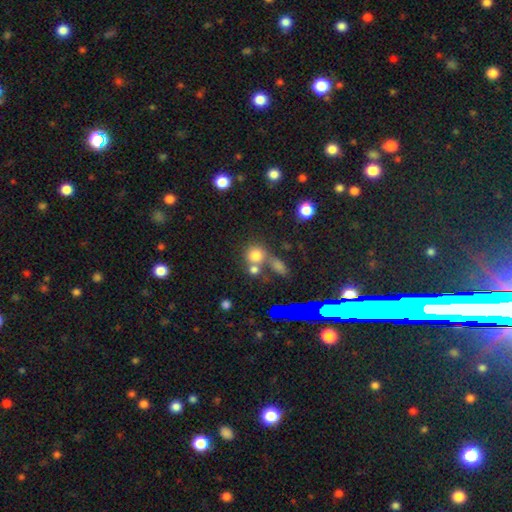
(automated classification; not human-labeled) A smooth galaxy with no disk features (73%) that is round (84%).

Vote fractions:
- Smooth or featured? smooth: 73% / star or artifact: 17% / featured or disk: 10%
- How rounded? round: 84% / in between: 15% / cigar-shaped: 2%
- Merging? none: 48% / merger: 36% / minor disturbance: 10% / major disturbance: 6%